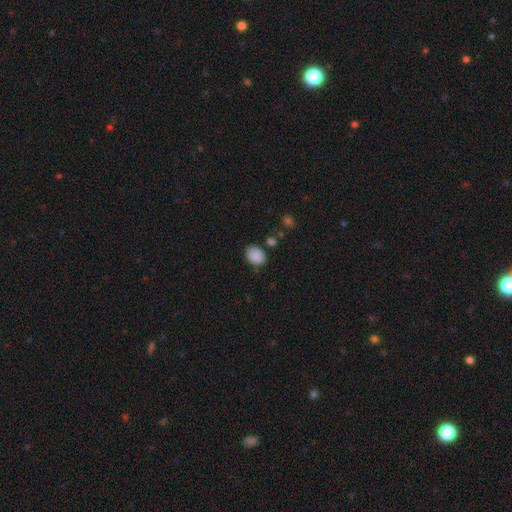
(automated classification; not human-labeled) smooth_or_featured: smooth (p=0.88) [alt: star or artifact p=0.09]
how_rounded: in between (p=0.56) [alt: round p=0.44]
merging: none (p=0.78) [alt: minor disturbance p=0.14]